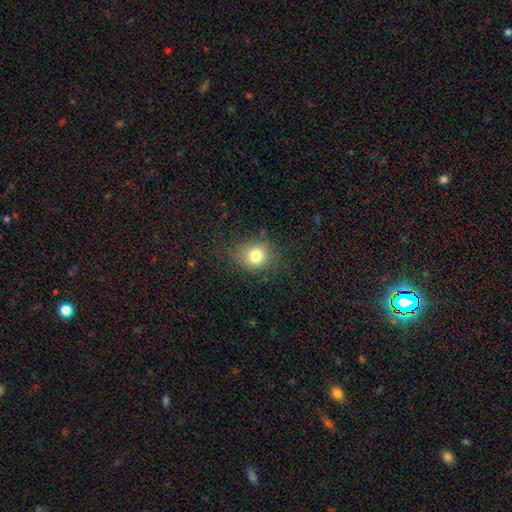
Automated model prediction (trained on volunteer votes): Smooth or featured? smooth (77%)
How rounded? round (72%)
Merging? none (75%)